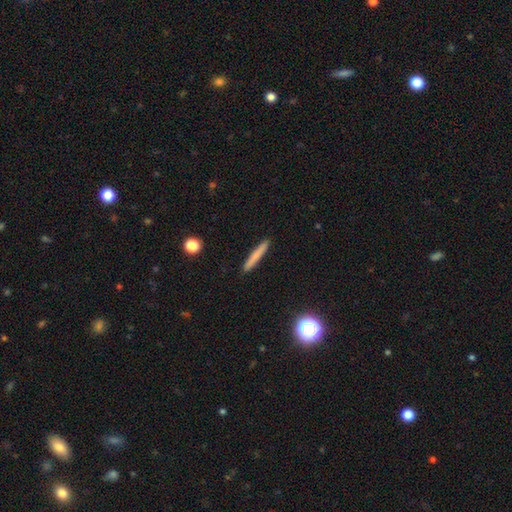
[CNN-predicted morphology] Smooth or featured? smooth (73%)
How rounded? cigar-shaped (96%)
Merging? none (92%)